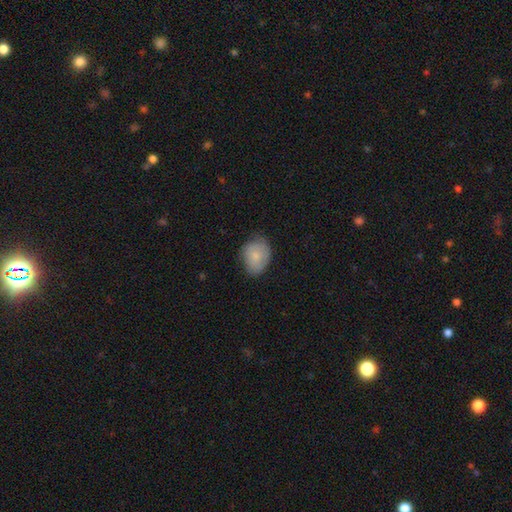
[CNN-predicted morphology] smooth-or-featured: smooth: 79% | featured or disk: 13% | star or artifact: 7%
  how-rounded: in between: 65% | round: 34% | cigar-shaped: 1%
  merging: none: 64% | minor disturbance: 29% | major disturbance: 6% | merger: 1%